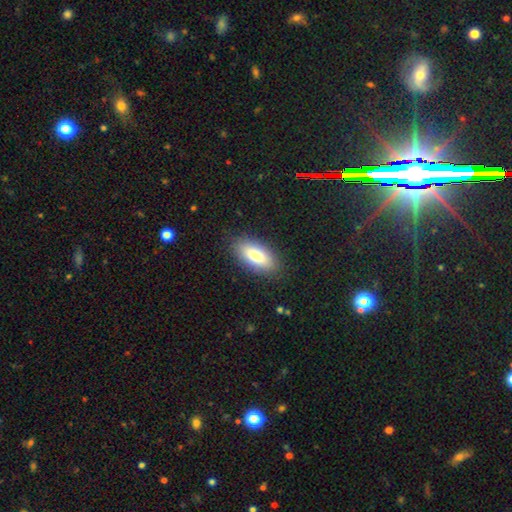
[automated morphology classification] type=smooth (81%); roundness=in between (86%); merging=none (87%).